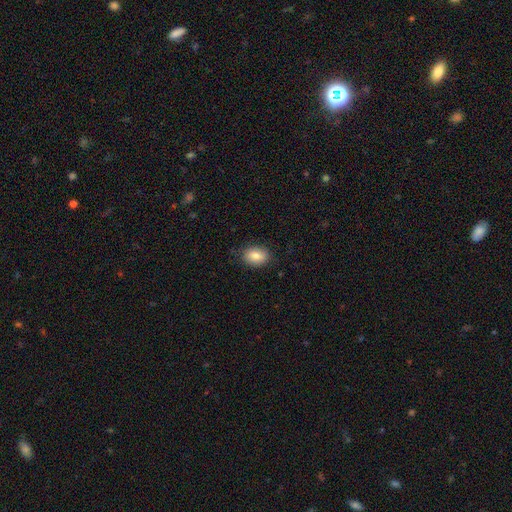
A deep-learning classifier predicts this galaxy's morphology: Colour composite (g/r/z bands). It shows a smooth galaxy with no disk features (82%) that is in between round and cigar-shaped (73%). Merging: none (84%).